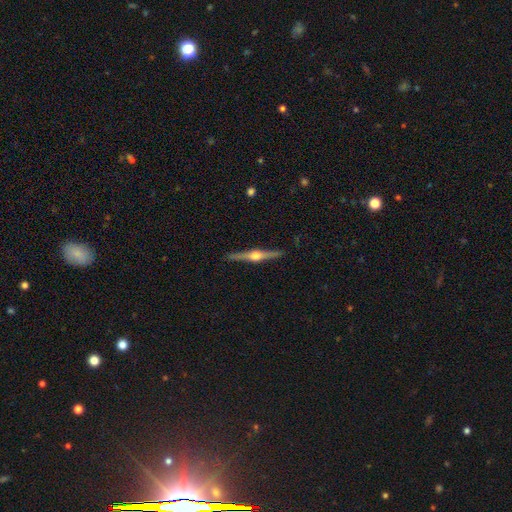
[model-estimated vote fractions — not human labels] Q: Smooth or featured?
A: featured or disk (81%); runner-up: smooth (14%)
Q: Edge-on disk?
A: yes (98%); runner-up: no (2%)
Q: Edge-on bulge?
A: rounded (95%); runner-up: boxy (3%)
Q: Merging?
A: none (92%); runner-up: minor disturbance (6%)